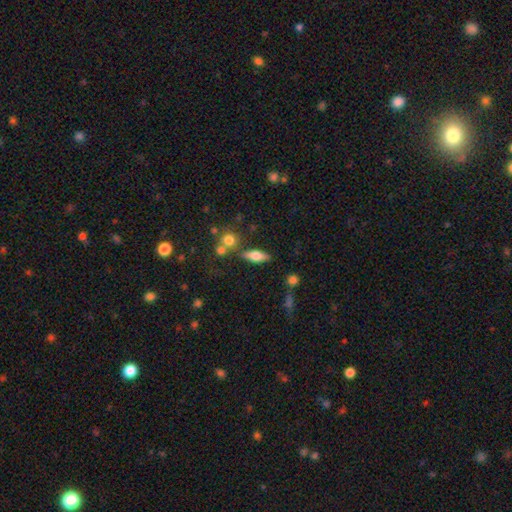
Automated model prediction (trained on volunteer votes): The model was most divided on "smooth or featured": smooth: 58%, featured or disk: 33%, star or artifact: 8%. More confident: merging — none (74%); how rounded — in between (66%).